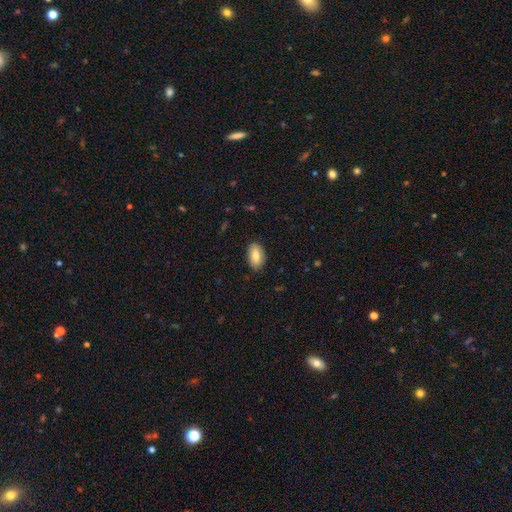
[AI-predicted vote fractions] Smooth or featured? smooth (79%)
How rounded? in between (93%)
Merging? none (85%)